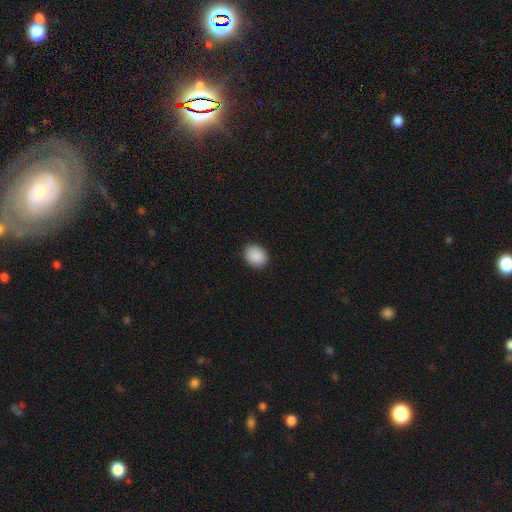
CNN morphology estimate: This appears to be a smooth galaxy with no disk features (90%) that is round (52%). Merging: none (89%).